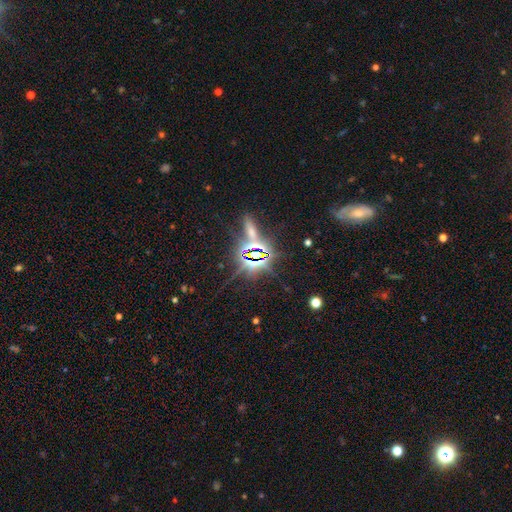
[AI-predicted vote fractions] This is likely a star or artifact rather than a galaxy (78%).